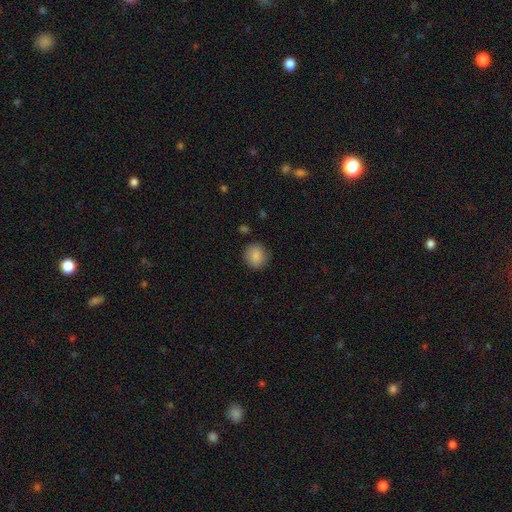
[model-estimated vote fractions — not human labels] Q: Smooth or featured?
A: smooth (86%); runner-up: star or artifact (9%)
Q: How rounded?
A: round (87%); runner-up: in between (12%)
Q: Merging?
A: none (88%); runner-up: minor disturbance (8%)